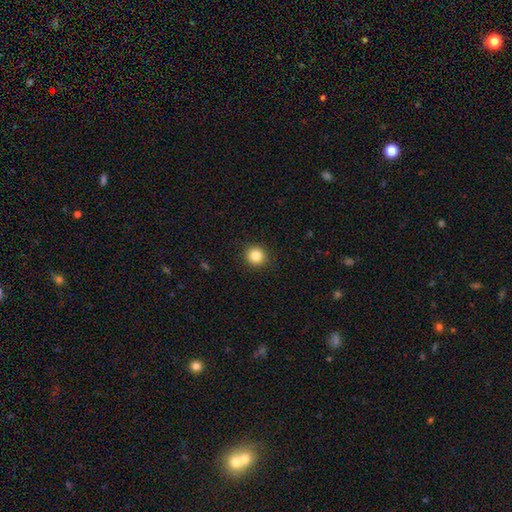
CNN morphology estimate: smooth 84%, star or artifact 11%, featured or disk 5%. Down the decision tree: how rounded — round (93%); merging — none (92%).